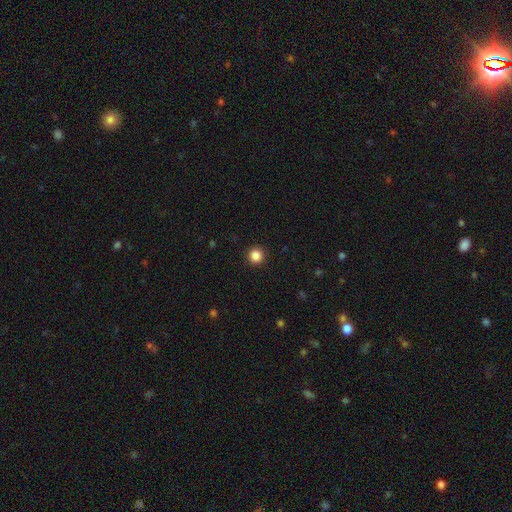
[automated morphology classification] A smooth galaxy with no disk features (86%) that is round (95%).

Vote fractions:
- Smooth or featured? smooth: 86% / star or artifact: 11% / featured or disk: 3%
- How rounded? round: 95% / in between: 4% / cigar-shaped: 1%
- Merging? none: 93% / minor disturbance: 4% / major disturbance: 2% / merger: 1%